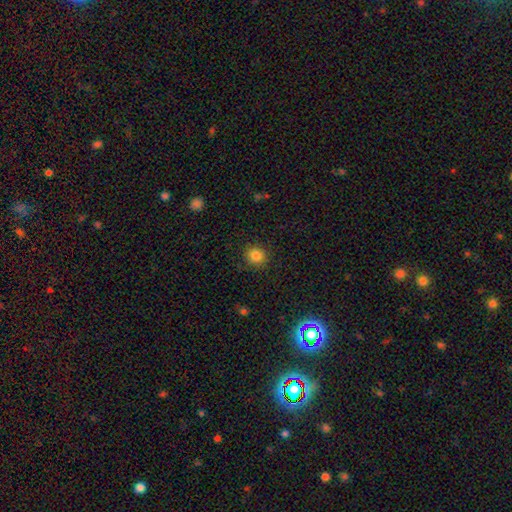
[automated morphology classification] Smooth or featured? Predicted: smooth (p=0.84). How rounded? Predicted: round (p=0.89). Merging? Predicted: none (p=0.89).